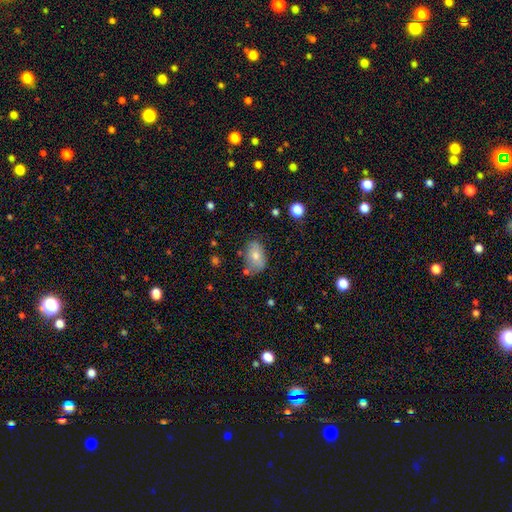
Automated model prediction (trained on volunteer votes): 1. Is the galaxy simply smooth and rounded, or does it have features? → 74% smooth, 18% featured or disk, 8% star or artifact.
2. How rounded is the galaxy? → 87% in between, 12% round, 1% cigar-shaped.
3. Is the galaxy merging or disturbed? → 66% none, 23% minor disturbance, 6% merger, 5% major disturbance.